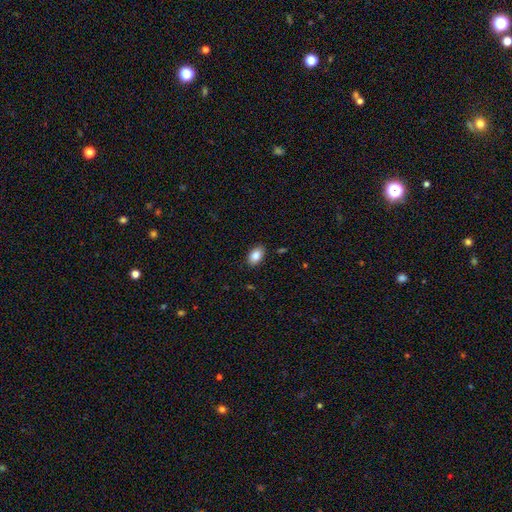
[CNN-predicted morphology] A smooth galaxy with no disk features (87%) that is in between round and cigar-shaped (91%).

Vote fractions:
- Smooth or featured? smooth: 87% / star or artifact: 8% / featured or disk: 6%
- How rounded? in between: 91% / round: 7% / cigar-shaped: 1%
- Merging? none: 86% / minor disturbance: 10% / major disturbance: 2% / merger: 1%